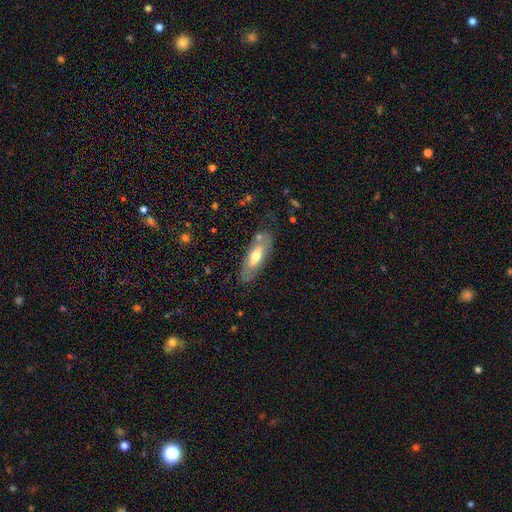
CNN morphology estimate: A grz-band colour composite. It shows a smooth galaxy with no disk features (53%) that is in between round and cigar-shaped (69%). Merging: none (76%).